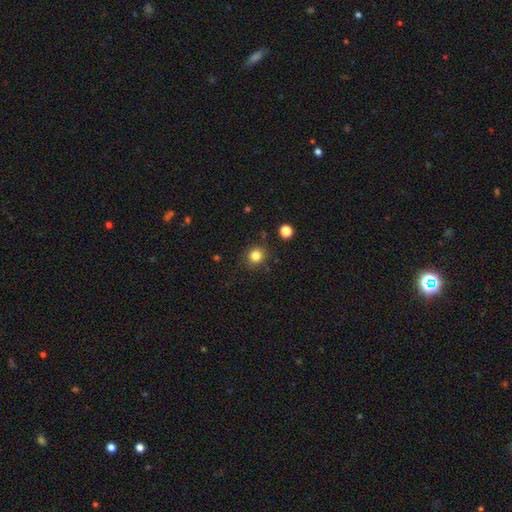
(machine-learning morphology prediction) Q: Smooth or featured?
A: smooth (83%); runner-up: star or artifact (12%)
Q: How rounded?
A: round (86%); runner-up: in between (13%)
Q: Merging?
A: none (85%); runner-up: minor disturbance (9%)